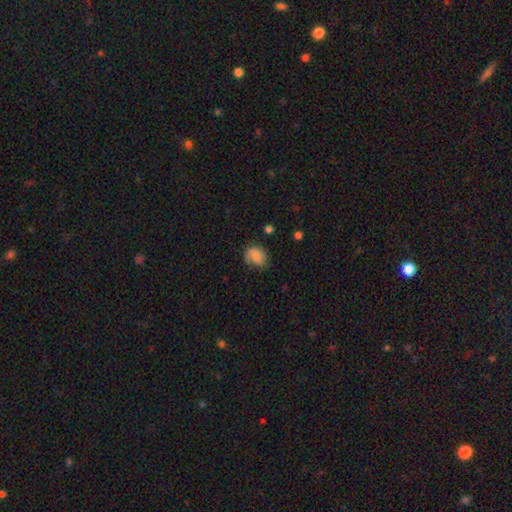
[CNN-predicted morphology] Overall: smooth (61%; featured or disk 30%). How rounded: in between (61%; round 38%). Merging: none (52%; minor disturbance 29%).